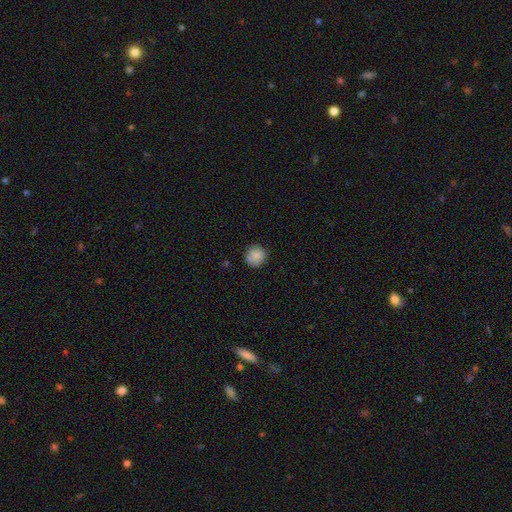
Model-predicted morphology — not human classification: The model was most divided on "merging": none: 78%, minor disturbance: 15%, merger: 4%, major disturbance: 3%. More confident: how rounded — round (90%); smooth or featured — smooth (83%).